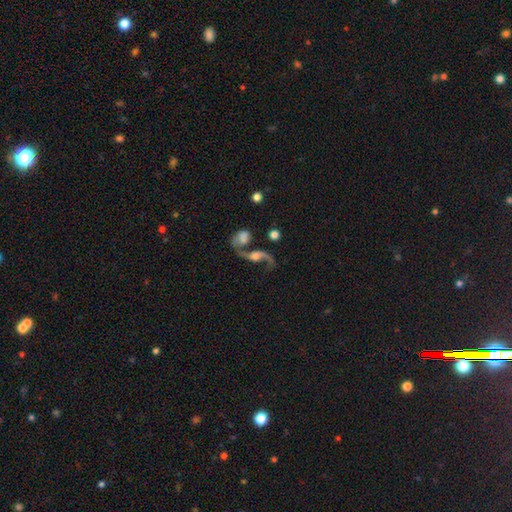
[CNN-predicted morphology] The model was most divided on "merging": none: 41%, merger: 31%, major disturbance: 15%, minor disturbance: 13%. Remaining: spiral arms — yes (94%); edge-on disk — no (93%); spiral arm count — 2 (89%); spiral winding — loose (87%); smooth or featured — featured or disk (83%); bar — no (58%); bulge size — moderate (40%).